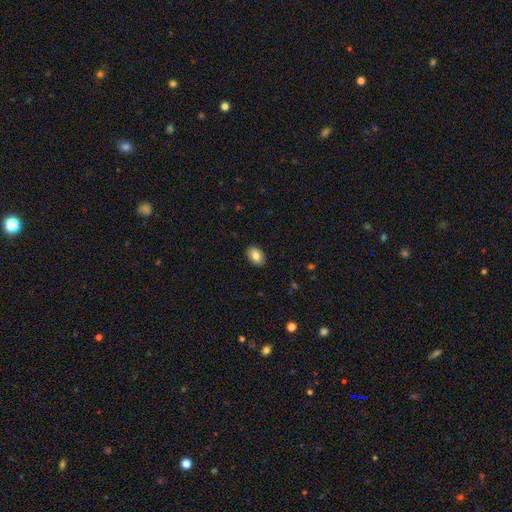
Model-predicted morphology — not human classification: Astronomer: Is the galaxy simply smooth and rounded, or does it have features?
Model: smooth — 82%.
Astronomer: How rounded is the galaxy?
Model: in between — 84%.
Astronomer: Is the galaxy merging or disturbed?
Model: none — 90%.